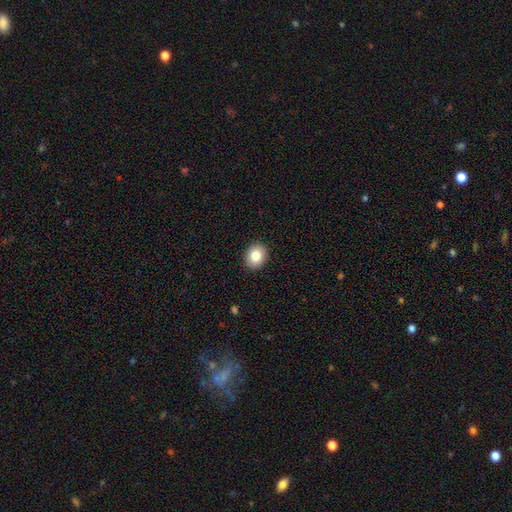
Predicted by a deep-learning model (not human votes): Smooth or featured?
  - smooth: 83% *
  - star or artifact: 9%
  - featured or disk: 8%
How rounded?
  - round: 55% *
  - in between: 44%
  - cigar-shaped: 1%
Merging?
  - none: 91% *
  - minor disturbance: 6%
  - major disturbance: 2%
  - merger: 1%